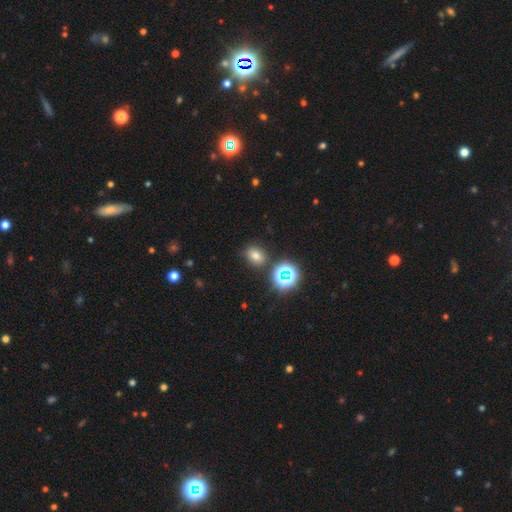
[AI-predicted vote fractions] Q: Smooth or featured?
A: smooth (68%); runner-up: star or artifact (23%)
Q: How rounded?
A: in between (50%); runner-up: round (49%)
Q: Merging?
A: none (81%); runner-up: minor disturbance (11%)